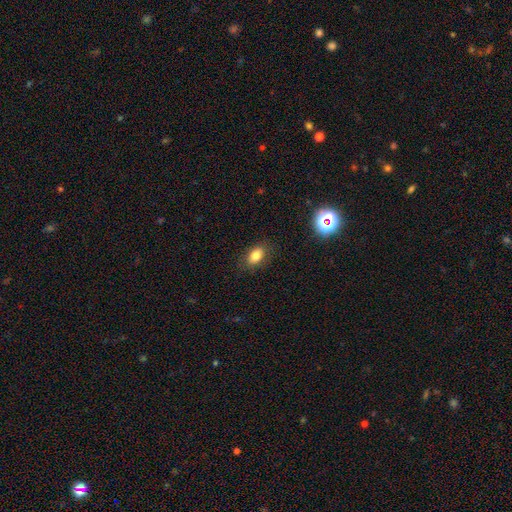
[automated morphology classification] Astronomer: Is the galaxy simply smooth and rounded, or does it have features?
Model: smooth — 81%.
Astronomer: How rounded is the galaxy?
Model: in between — 86%.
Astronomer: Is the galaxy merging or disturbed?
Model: none — 85%.